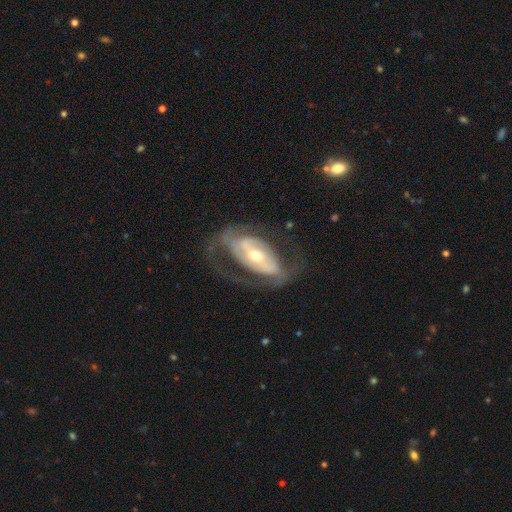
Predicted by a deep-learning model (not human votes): This is clearly a featured or disk galaxy (81%). It is clearly not viewed edge-on (93%). Bar: marginally strong (41%). Spiral arm pattern: likely yes (74%). Spiral arm count: likely 2 (73%). Spiral winding: possibly medium (45%). Central bulge: possibly moderate (51%). Merging: possibly none (56%).